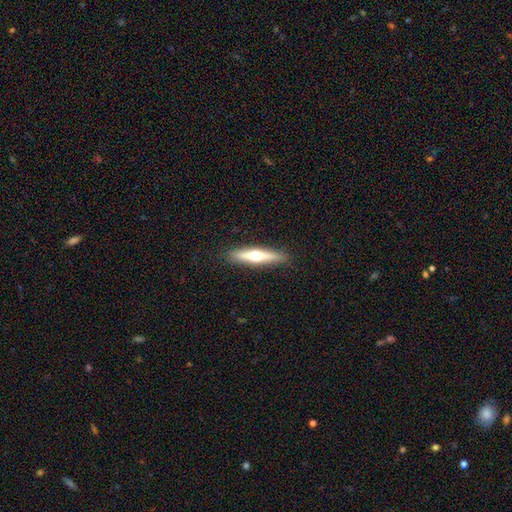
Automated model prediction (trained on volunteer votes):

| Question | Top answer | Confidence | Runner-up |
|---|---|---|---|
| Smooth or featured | featured or disk | 55% | smooth (40%) |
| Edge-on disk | yes | 95% | no (5%) |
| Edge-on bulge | rounded | 93% | none (5%) |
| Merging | none | 90% | minor disturbance (7%) |